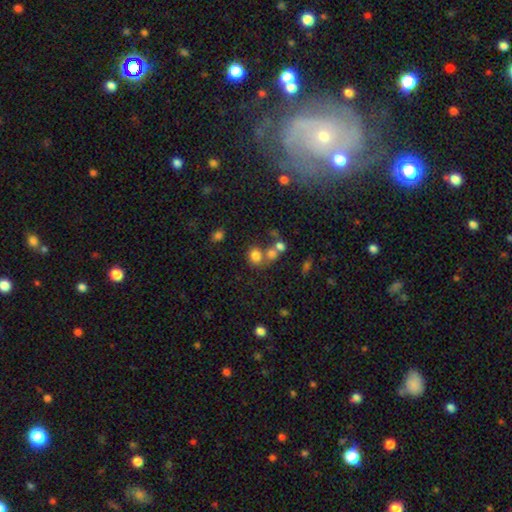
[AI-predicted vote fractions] smooth-or-featured: smooth: 75% | star or artifact: 15% | featured or disk: 10%
  how-rounded: round: 66% | in between: 33% | cigar-shaped: 1%
  merging: none: 47% | merger: 36% | minor disturbance: 10% | major disturbance: 6%